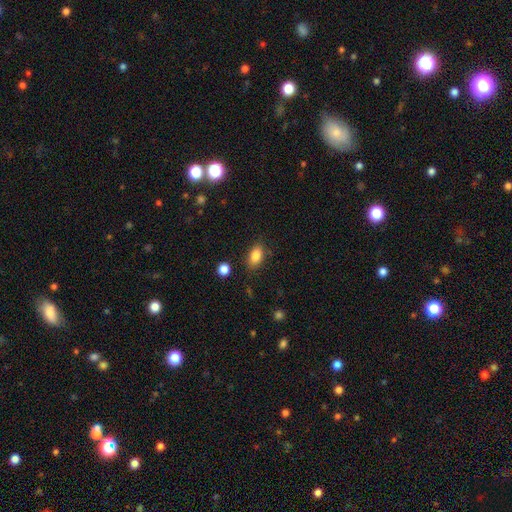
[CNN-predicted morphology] Smooth or featured: smooth — 85% (star or artifact — 9%)
How rounded: in between — 88% (round — 8%)
Merging: none — 84% (minor disturbance — 11%)